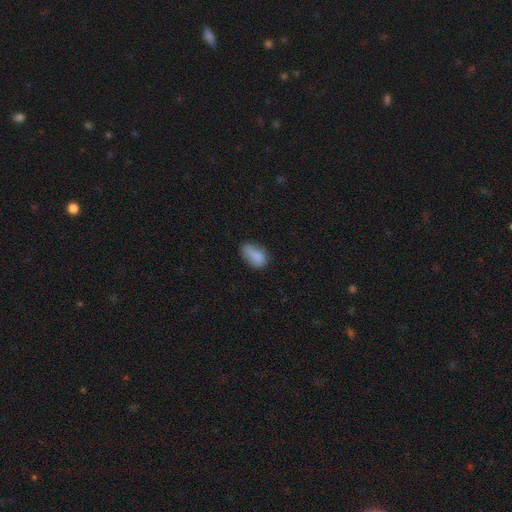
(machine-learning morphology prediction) This appears to be a smooth galaxy with no disk features (83%) that is in between round and cigar-shaped (90%). Merging: none (58%).